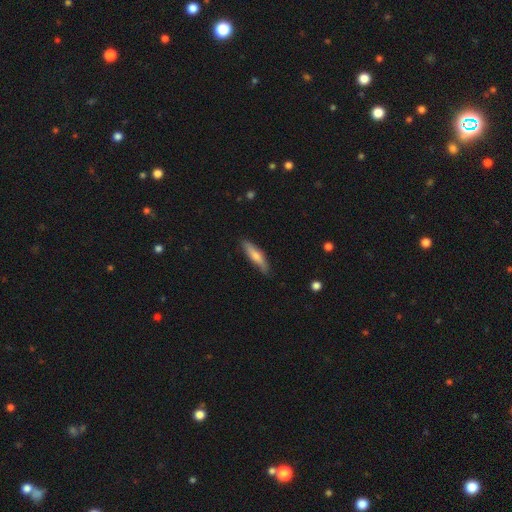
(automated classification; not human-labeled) A smooth galaxy with no disk features (66%) that is cigar-shaped (76%).

Vote fractions:
- Smooth or featured? smooth: 66% / featured or disk: 28% / star or artifact: 6%
- How rounded? cigar-shaped: 76% / in between: 22% / round: 2%
- Merging? none: 83% / minor disturbance: 13% / major disturbance: 2% / merger: 1%